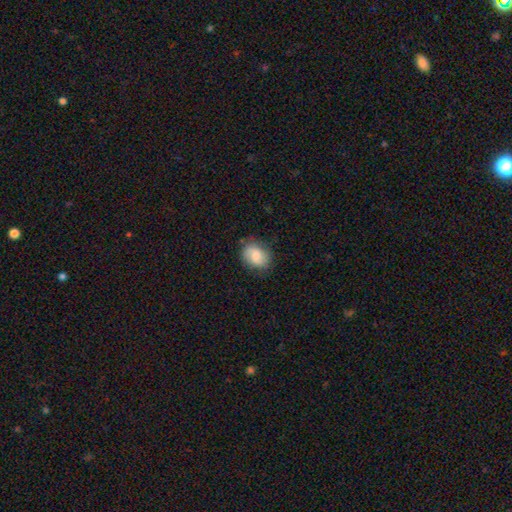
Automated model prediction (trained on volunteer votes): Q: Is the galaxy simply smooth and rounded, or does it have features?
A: smooth — 67%.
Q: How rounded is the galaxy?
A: in between — 59%.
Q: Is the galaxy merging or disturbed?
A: none — 73%.